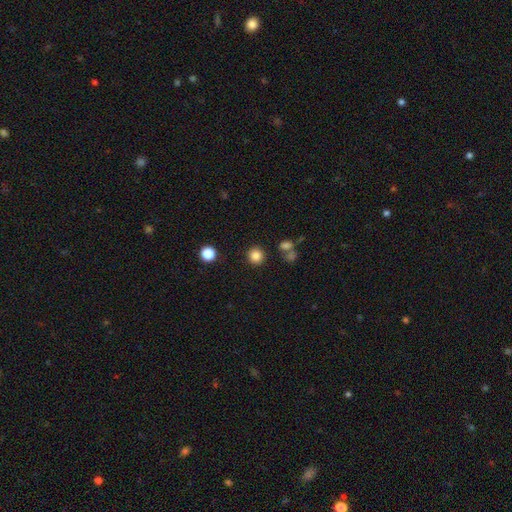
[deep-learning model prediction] Smooth or featured? Predicted: smooth (p=0.84). How rounded? Predicted: round (p=0.93). Merging? Predicted: none (p=0.88).